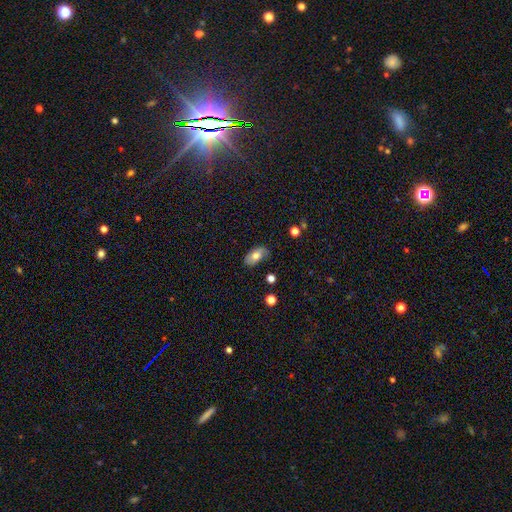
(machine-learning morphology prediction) A smooth galaxy with no disk features (68%) that is in between round and cigar-shaped (92%).

Vote fractions:
- Smooth or featured? smooth: 68% / featured or disk: 24% / star or artifact: 8%
- How rounded? in between: 92% / round: 5% / cigar-shaped: 3%
- Merging? none: 73% / minor disturbance: 21% / major disturbance: 5% / merger: 2%